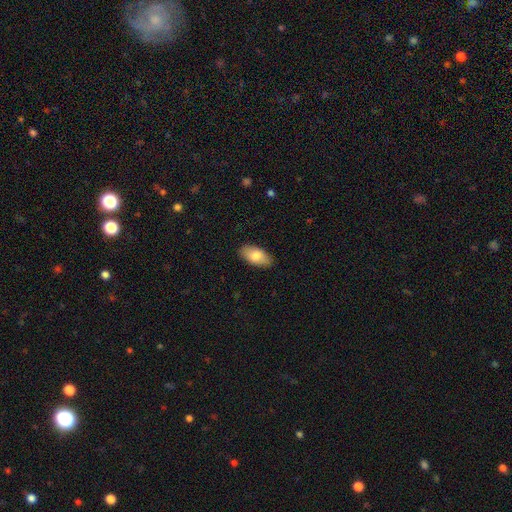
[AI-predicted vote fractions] This is clearly a smooth galaxy (81%). How rounded: clearly in between (92%). Merging: clearly none (87%).